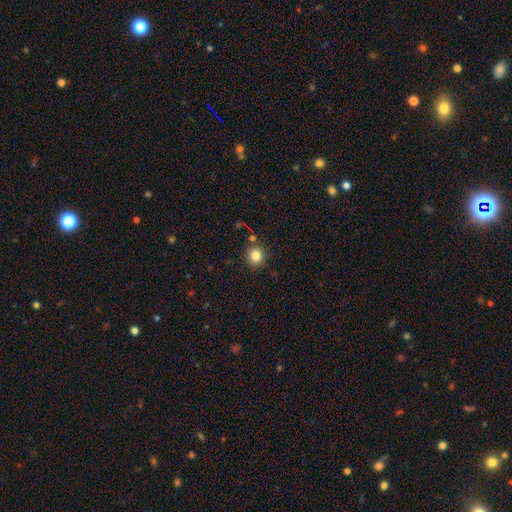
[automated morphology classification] Smooth or featured? smooth (83%)
How rounded? round (89%)
Merging? none (86%)